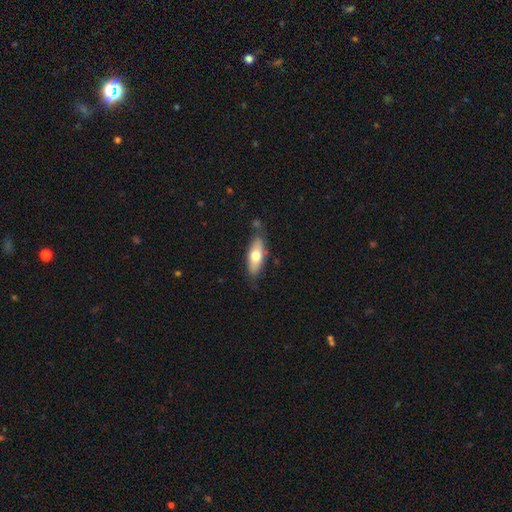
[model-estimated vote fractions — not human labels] A smooth galaxy with no disk features (67%) that is in between round and cigar-shaped (72%). Merging: none (75%).